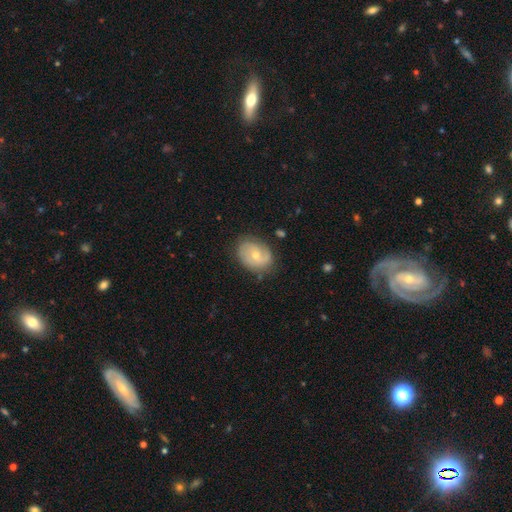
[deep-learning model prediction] Q: Smooth or featured?
A: featured or disk (59%); runner-up: smooth (34%)
Q: Edge-on disk?
A: no (96%); runner-up: yes (4%)
Q: Bar?
A: no (63%); runner-up: weak (31%)
Q: Spiral arms?
A: yes (81%); runner-up: no (19%)
Q: Bulge size?
A: moderate (55%); runner-up: small (42%)
Q: Merging?
A: none (72%); runner-up: minor disturbance (21%)